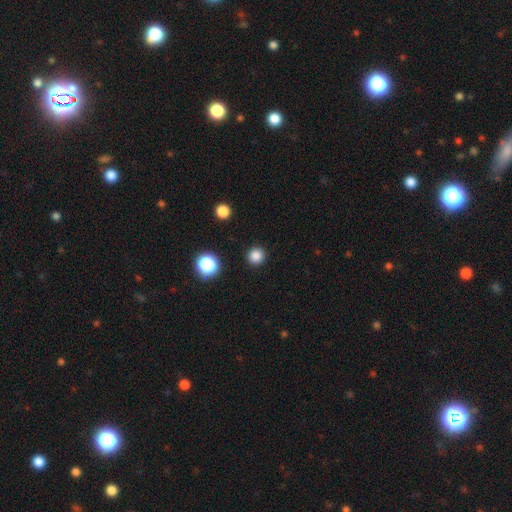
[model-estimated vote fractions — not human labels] This appears to be a smooth galaxy with no disk features (83%) that is round (94%). Merging: none (92%).